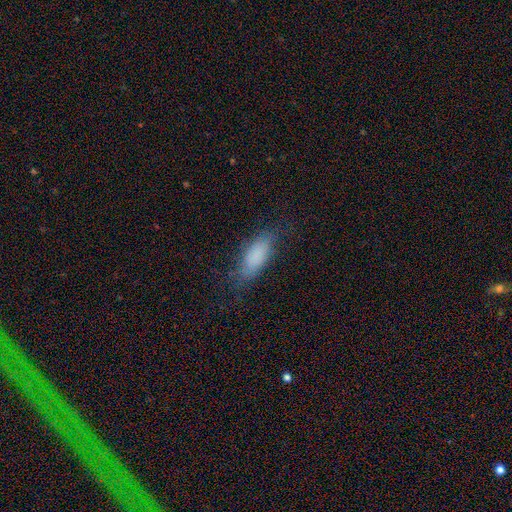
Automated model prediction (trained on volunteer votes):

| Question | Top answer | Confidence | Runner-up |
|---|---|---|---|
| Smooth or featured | smooth | 81% | featured or disk (11%) |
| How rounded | in between | 74% | cigar-shaped (23%) |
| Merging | none | 68% | minor disturbance (21%) |